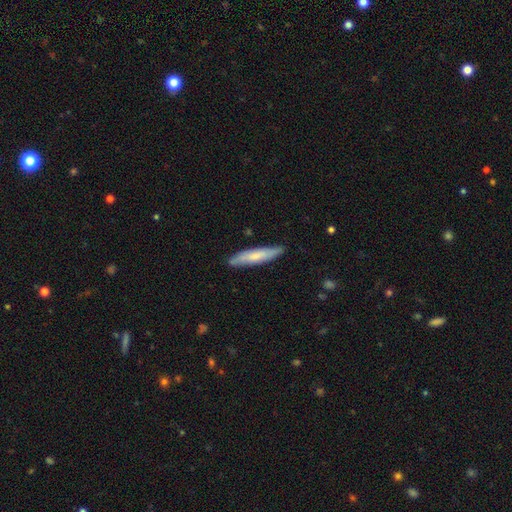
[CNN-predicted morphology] smooth_or_featured: smooth (p=0.62) [alt: featured or disk p=0.32]
how_rounded: cigar-shaped (p=0.87) [alt: in between p=0.11]
merging: none (p=0.84) [alt: minor disturbance p=0.12]